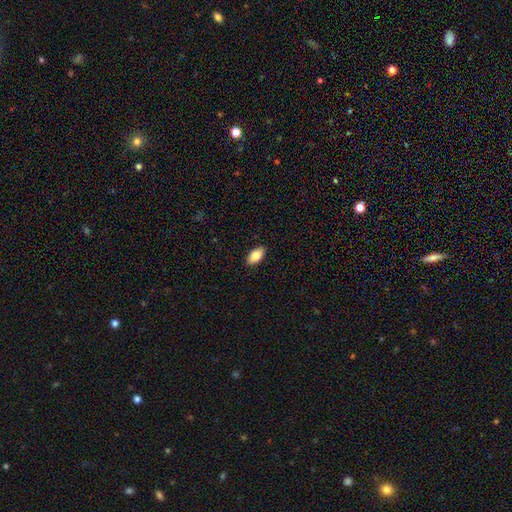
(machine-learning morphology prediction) Smooth or featured?
  - smooth: 84% *
  - featured or disk: 9%
  - star or artifact: 7%
How rounded?
  - in between: 93% *
  - cigar-shaped: 4%
  - round: 3%
Merging?
  - none: 90% *
  - minor disturbance: 7%
  - major disturbance: 2%
  - merger: 1%